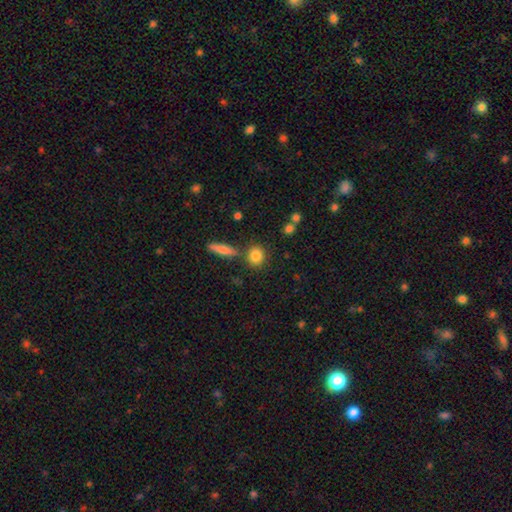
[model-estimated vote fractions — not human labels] smooth_or_featured: smooth (p=0.83) [alt: star or artifact p=0.09]
how_rounded: round (p=0.70) [alt: in between p=0.26]
merging: none (p=0.75) [alt: merger p=0.12]